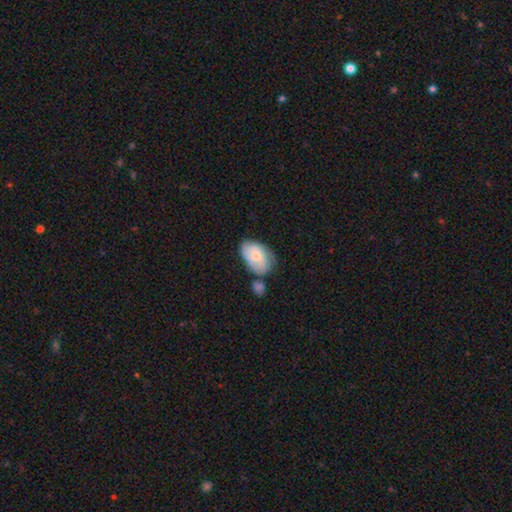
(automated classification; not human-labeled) Smooth or featured? Predicted: smooth (p=0.64). How rounded? Predicted: in between (p=0.89). Merging? Predicted: none (p=0.47).